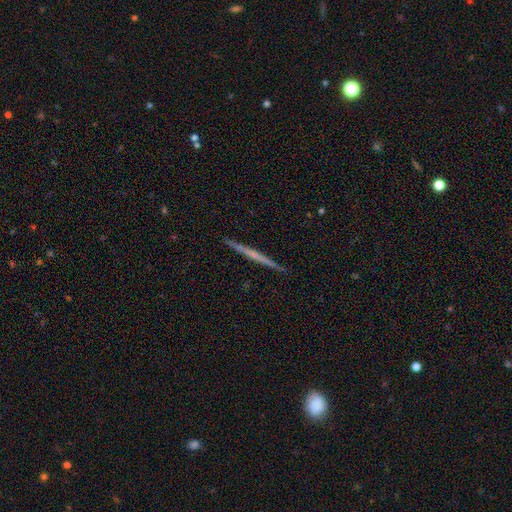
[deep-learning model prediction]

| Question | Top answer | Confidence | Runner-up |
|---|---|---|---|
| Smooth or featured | featured or disk | 63% | smooth (31%) |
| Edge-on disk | yes | 98% | no (2%) |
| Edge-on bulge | none | 79% | rounded (15%) |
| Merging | none | 92% | minor disturbance (5%) |